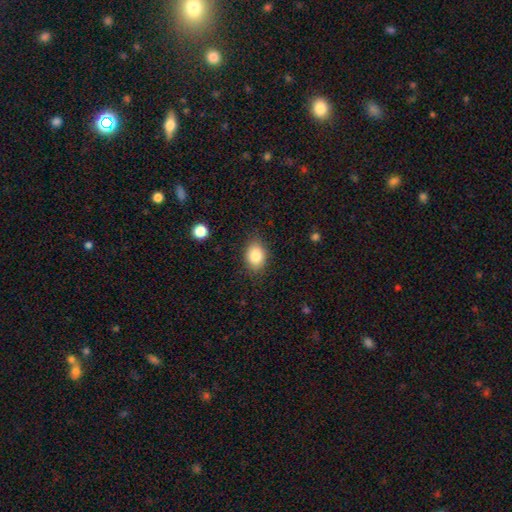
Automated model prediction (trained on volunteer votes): smooth_or_featured: smooth (p=0.85) [alt: star or artifact p=0.09]
how_rounded: in between (p=0.74) [alt: round p=0.25]
merging: none (p=0.84) [alt: minor disturbance p=0.12]